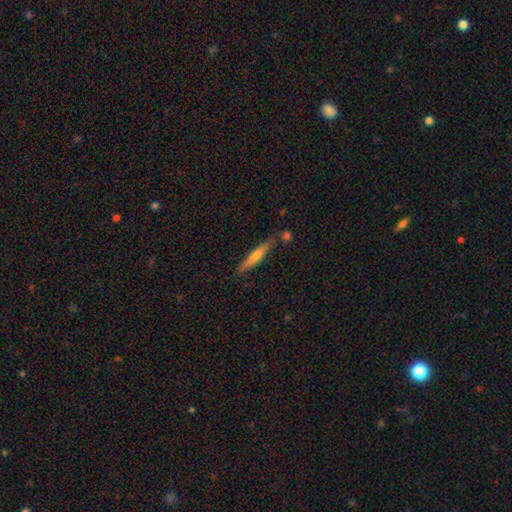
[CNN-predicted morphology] Smooth or featured? Predicted: featured or disk (p=0.53). Edge-on disk? Predicted: yes (p=0.95). Edge-on bulge? Predicted: rounded (p=0.73). Merging? Predicted: none (p=0.82).